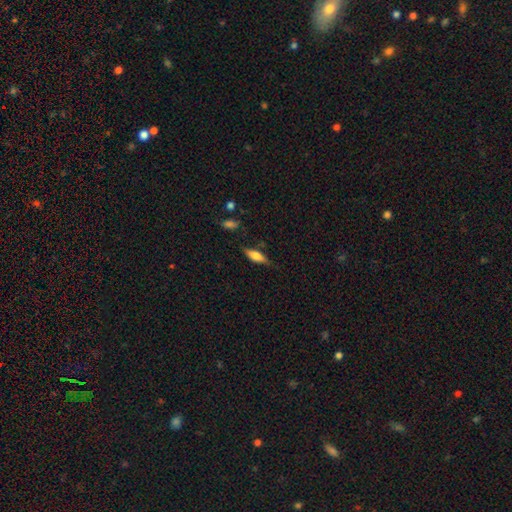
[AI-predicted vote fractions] This appears to be a smooth galaxy with no disk features (59%) that is in between round and cigar-shaped (56%). Merging: none (76%).